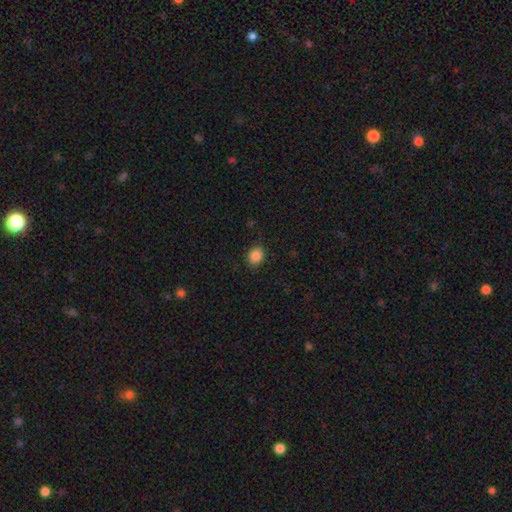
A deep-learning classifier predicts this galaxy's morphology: smooth_or_featured: smooth (p=0.87) [alt: star or artifact p=0.10]
how_rounded: round (p=0.56) [alt: in between p=0.43]
merging: none (p=0.86) [alt: minor disturbance p=0.10]